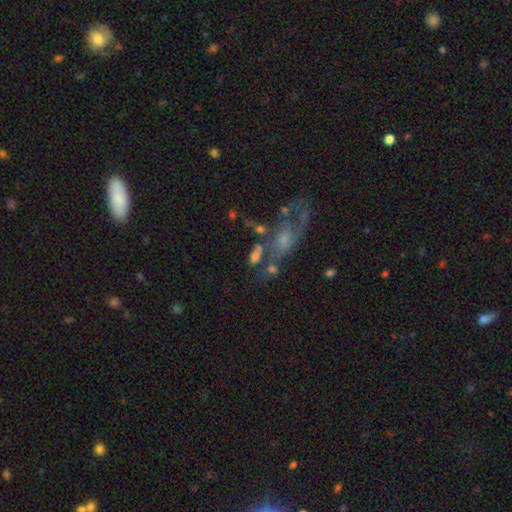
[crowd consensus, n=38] Q: Smooth or featured?
A: featured or disk (55%); runner-up: smooth (39%)
Q: Edge-on disk?
A: no (95%); runner-up: yes (5%)
Q: Bar?
A: no (60%); runner-up: weak (35%)
Q: Spiral arms?
A: yes (85%); runner-up: no (15%)
Q: Spiral winding?
A: medium (47%); runner-up: loose (35%)
Q: Spiral arm count?
A: 2 (41%); runner-up: can't tell (35%)
Q: Bulge size?
A: small (60%); runner-up: moderate (25%)
Q: Merging?
A: none (47%); runner-up: major disturbance (19%)